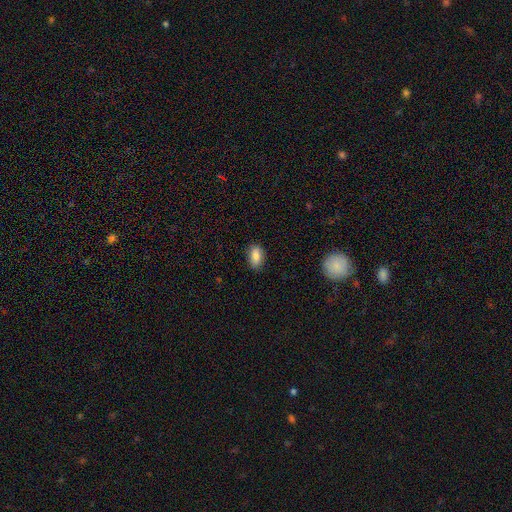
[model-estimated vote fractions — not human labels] A smooth galaxy with no disk features (84%) that is in between round and cigar-shaped (90%). Merging: none (85%).